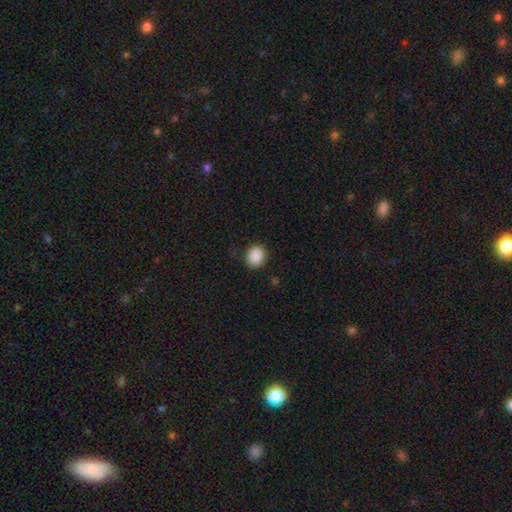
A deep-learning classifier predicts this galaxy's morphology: A smooth galaxy with no disk features (89%) that is round (61%).

Vote fractions:
- Smooth or featured? smooth: 89% / star or artifact: 8% / featured or disk: 3%
- How rounded? round: 61% / in between: 38% / cigar-shaped: 1%
- Merging? none: 87% / minor disturbance: 9% / major disturbance: 3% / merger: 1%